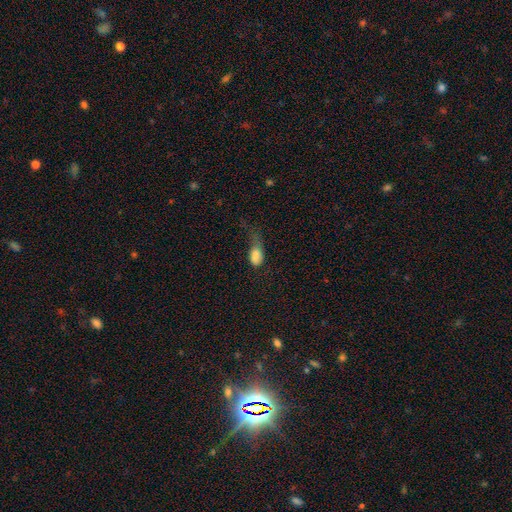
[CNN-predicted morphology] smooth 81%, featured or disk 10%, star or artifact 9%. Down the decision tree: how rounded — in between (88%); merging — major disturbance (52%).